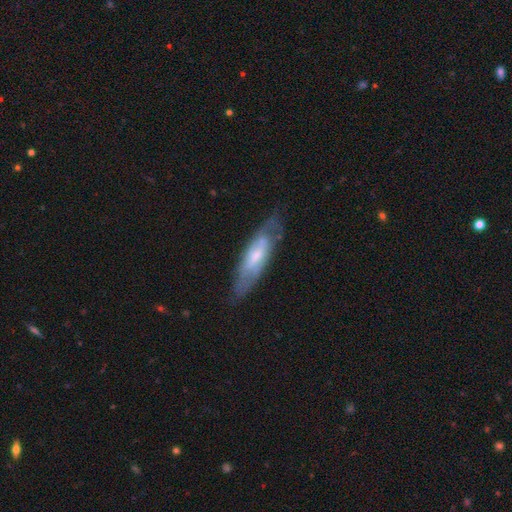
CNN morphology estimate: The model was most divided on "smooth or featured": featured or disk: 57%, smooth: 36%, star or artifact: 6%. More confident: merging — none (71%); edge-on disk — no (62%).